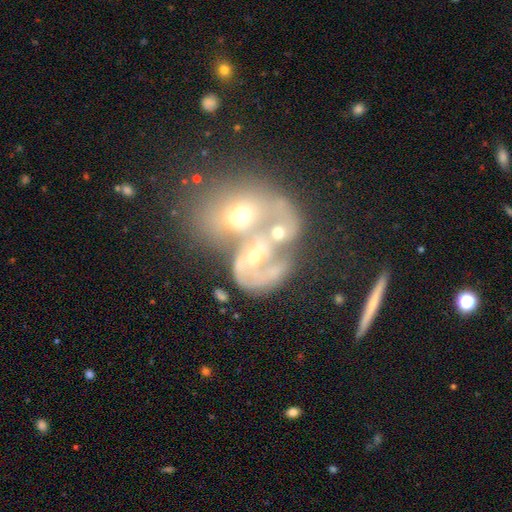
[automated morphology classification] This is likely a featured or disk galaxy (62%). It is clearly not viewed edge-on (97%). Bar: likely no (74%). Spiral arm pattern: possibly yes (58%). Central bulge: possibly moderate (47%). Merging: likely merger (72%).